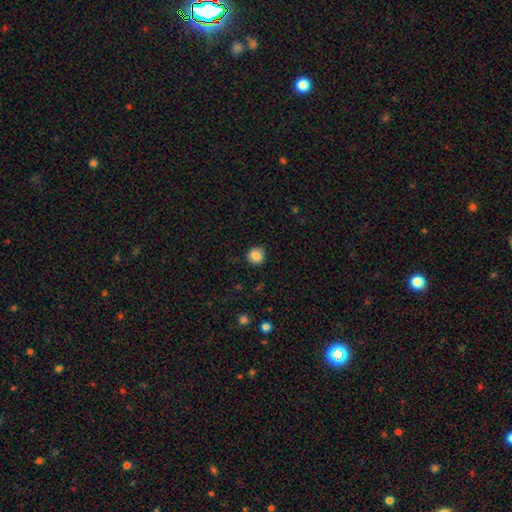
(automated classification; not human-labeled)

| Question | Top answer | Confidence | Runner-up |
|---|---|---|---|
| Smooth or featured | smooth | 85% | star or artifact (9%) |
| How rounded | round | 88% | in between (11%) |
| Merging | none | 88% | minor disturbance (9%) |